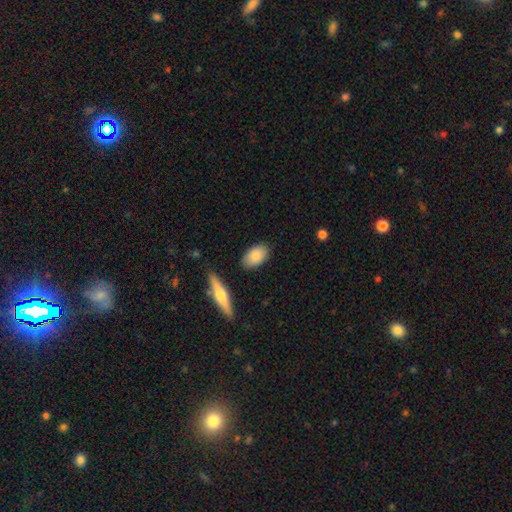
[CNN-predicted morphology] Overall: smooth (85%). How rounded: in between (91%). Merging: none (84%).